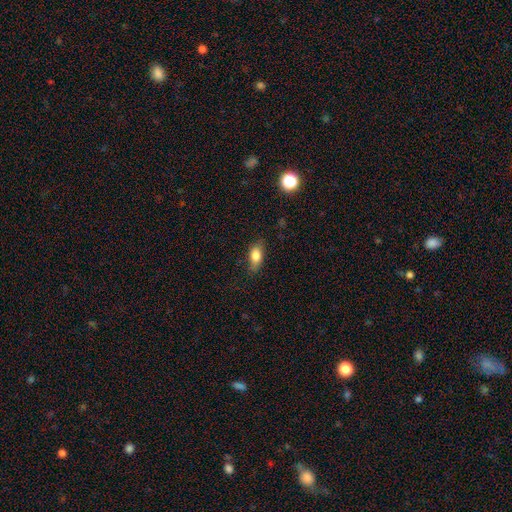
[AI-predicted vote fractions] A smooth galaxy with no disk features (81%) that is in between round and cigar-shaped (83%).

Vote fractions:
- Smooth or featured? smooth: 81% / featured or disk: 11% / star or artifact: 9%
- How rounded? in between: 83% / round: 9% / cigar-shaped: 8%
- Merging? none: 77% / minor disturbance: 18% / major disturbance: 4% / merger: 1%